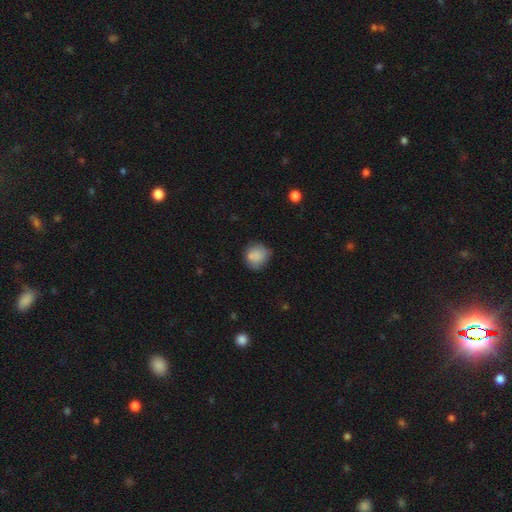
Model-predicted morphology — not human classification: Smooth or featured?
  - smooth: 79% *
  - featured or disk: 12%
  - star or artifact: 9%
How rounded?
  - round: 81% *
  - in between: 18%
  - cigar-shaped: 1%
Merging?
  - none: 61% *
  - minor disturbance: 25%
  - merger: 7%
  - major disturbance: 7%